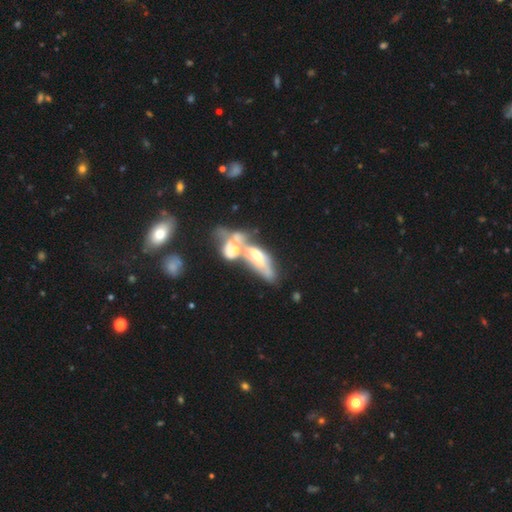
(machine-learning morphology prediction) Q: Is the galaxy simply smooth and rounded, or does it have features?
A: featured or disk — 56%.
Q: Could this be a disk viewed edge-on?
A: no — 79%.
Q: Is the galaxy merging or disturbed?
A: merger — 64%.